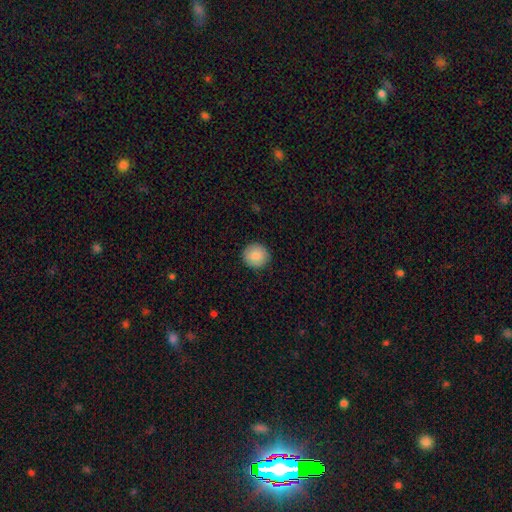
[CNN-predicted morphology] smooth-or-featured: smooth: 87% | star or artifact: 7% | featured or disk: 6%
  how-rounded: round: 93% | in between: 6% | cigar-shaped: 1%
  merging: none: 91% | minor disturbance: 6% | major disturbance: 2% | merger: 1%